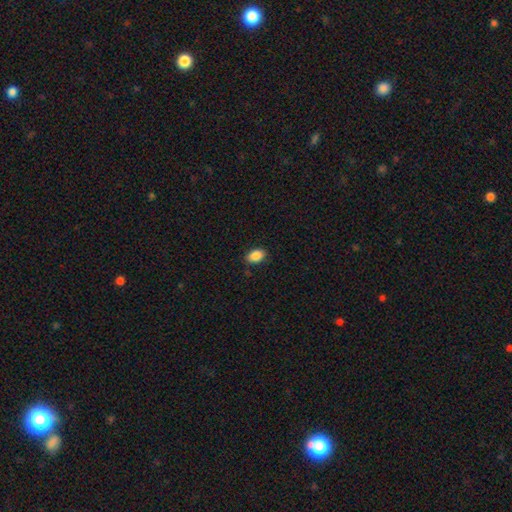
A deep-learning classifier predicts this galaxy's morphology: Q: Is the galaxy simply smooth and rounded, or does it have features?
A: smooth — 88%.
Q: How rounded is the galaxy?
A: in between — 88%.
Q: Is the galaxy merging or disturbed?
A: none — 86%.